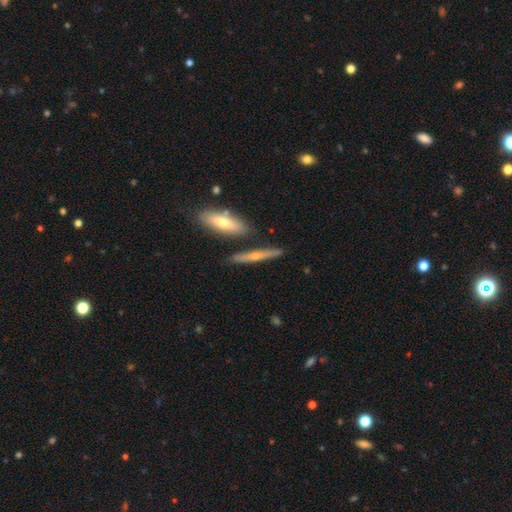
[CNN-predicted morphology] type=featured or disk (57%); edge-on=yes (93%); edge-on bulge=rounded (80%); merging=none (79%).